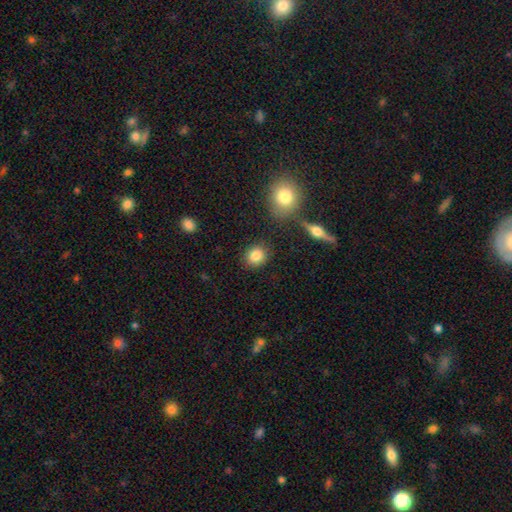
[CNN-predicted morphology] This appears to be a smooth galaxy with no disk features (84%) that is round (75%). Merging: none (87%).